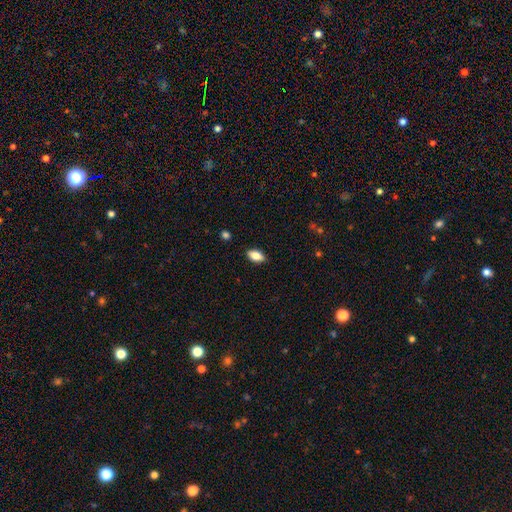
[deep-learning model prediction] Overall: smooth (80%). How rounded: in between (89%). Merging: none (87%).